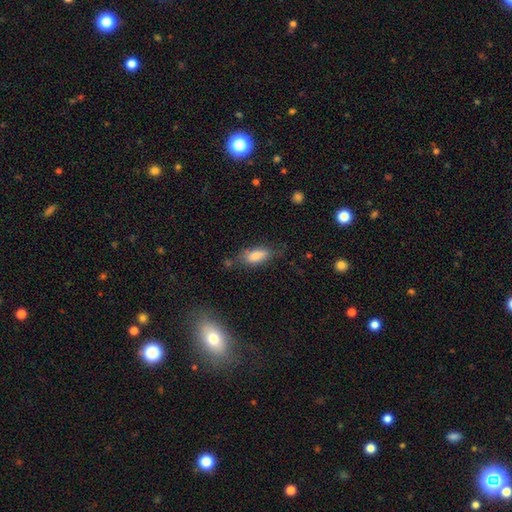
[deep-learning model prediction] Smooth or featured?
  - smooth: 80% *
  - featured or disk: 11%
  - star or artifact: 9%
How rounded?
  - in between: 80% *
  - cigar-shaped: 17%
  - round: 3%
Merging?
  - none: 66% *
  - minor disturbance: 22%
  - major disturbance: 7%
  - merger: 5%